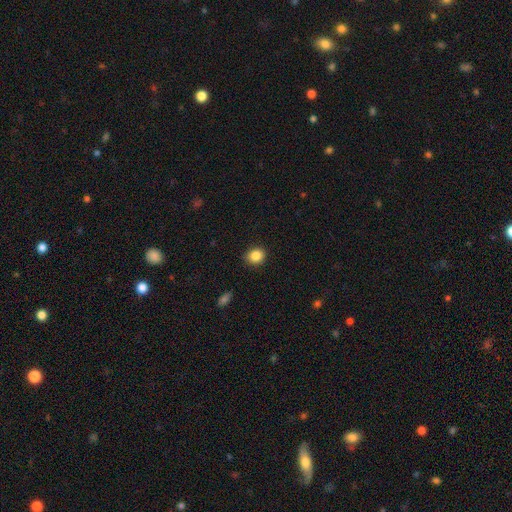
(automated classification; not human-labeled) smooth 86%, star or artifact 10%, featured or disk 4%. Down the decision tree: how rounded — round (73%); merging — none (88%).